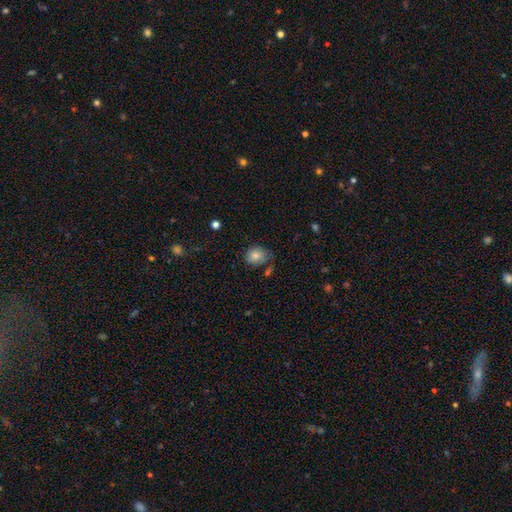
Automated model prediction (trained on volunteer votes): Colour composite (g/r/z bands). It shows a smooth galaxy with no disk features (74%) that is round (67%). Merging: none (61%).